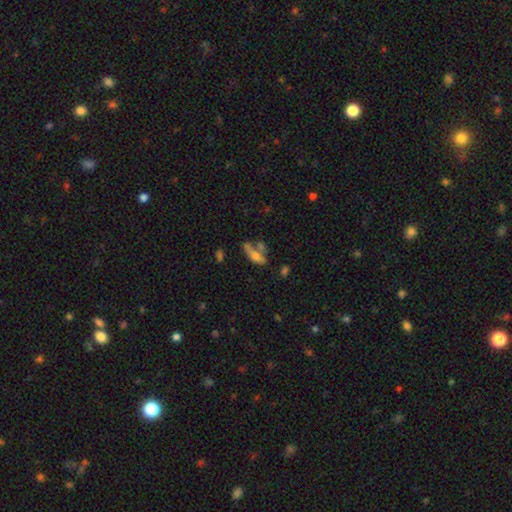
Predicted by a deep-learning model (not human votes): A smooth galaxy with no disk features (57%) that is in between round and cigar-shaped (62%).

Vote fractions:
- Smooth or featured? smooth: 57% / featured or disk: 33% / star or artifact: 10%
- How rounded? in between: 62% / cigar-shaped: 33% / round: 5%
- Merging? none: 36% / merger: 32% / minor disturbance: 18% / major disturbance: 14%